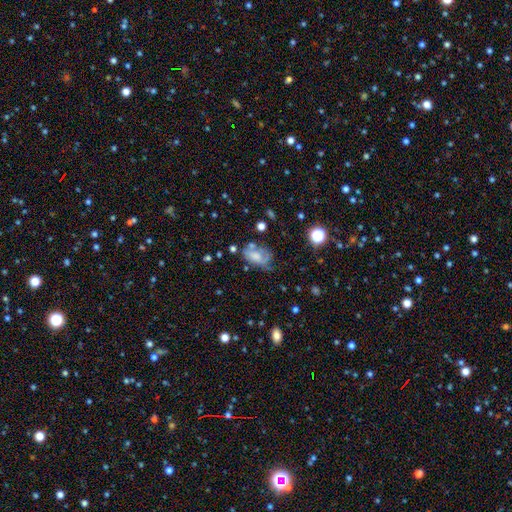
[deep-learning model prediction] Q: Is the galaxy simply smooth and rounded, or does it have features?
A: smooth — 53%.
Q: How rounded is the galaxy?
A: in between — 86%.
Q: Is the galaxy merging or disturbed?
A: none — 38%.